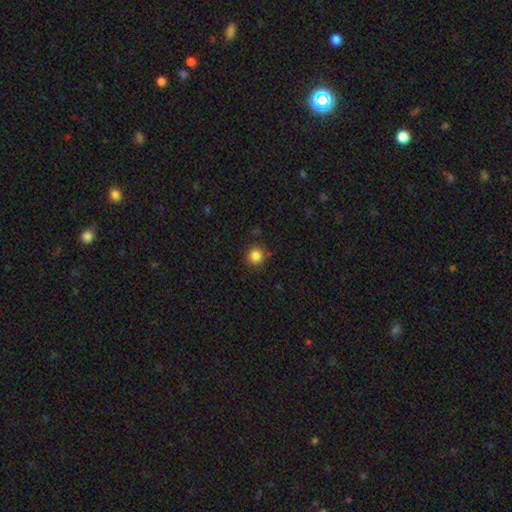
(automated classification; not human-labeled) Morphology: type=smooth (85%); roundness=round (94%); merging=none (88%).